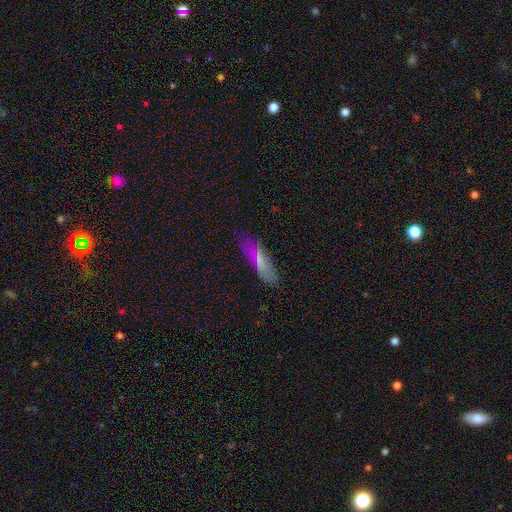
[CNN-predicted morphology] Overall: smooth (56%; featured or disk 35%). How rounded: cigar-shaped (69%). Merging: none (75%).